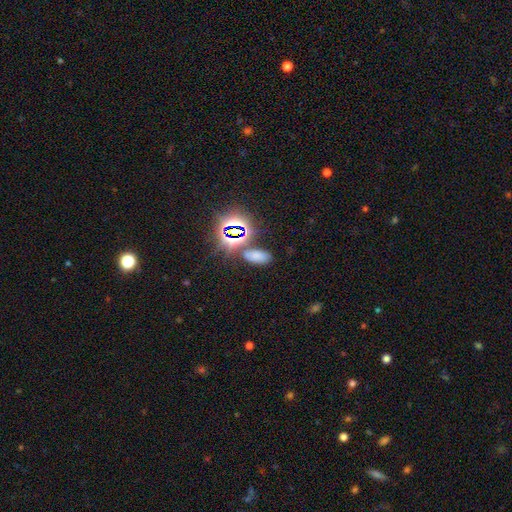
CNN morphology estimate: The model was most divided on "smooth or featured": smooth: 56%, star or artifact: 36%, featured or disk: 8%. More confident: how rounded — in between (89%); merging — none (71%).